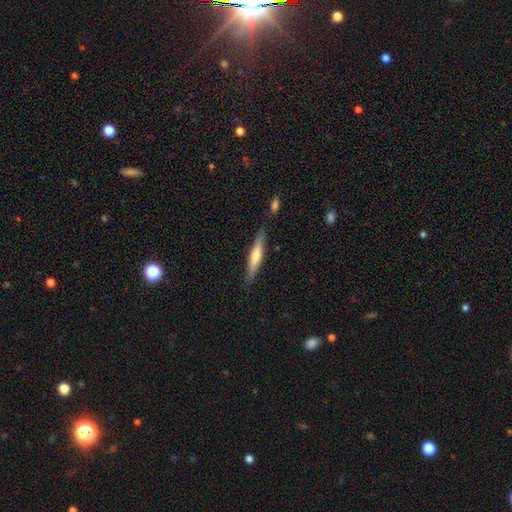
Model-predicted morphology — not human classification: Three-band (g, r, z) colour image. It shows a smooth galaxy with no disk features (48%). Merging: none (82%).